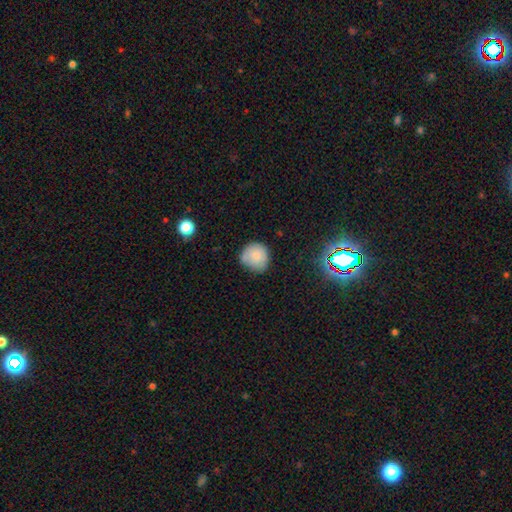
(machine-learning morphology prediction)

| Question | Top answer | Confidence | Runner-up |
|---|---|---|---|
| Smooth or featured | smooth | 78% | featured or disk (12%) |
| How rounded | round | 88% | in between (11%) |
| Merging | none | 63% | minor disturbance (28%) |